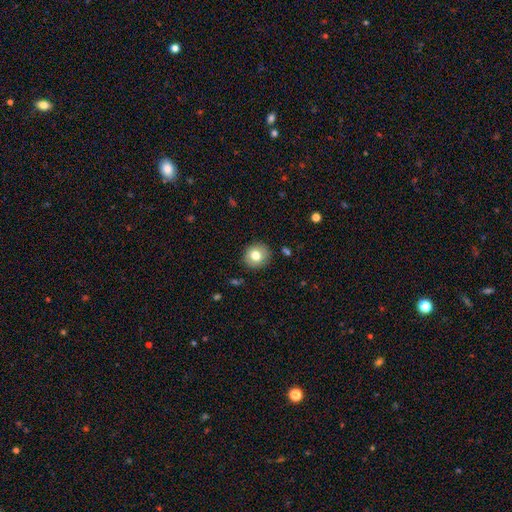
smooth_or_featured: smooth (p=0.81) [alt: featured or disk p=0.17]
how_rounded: round (p=0.86) [alt: in between p=0.10]
merging: none (p=0.83) [alt: minor disturbance p=0.14]